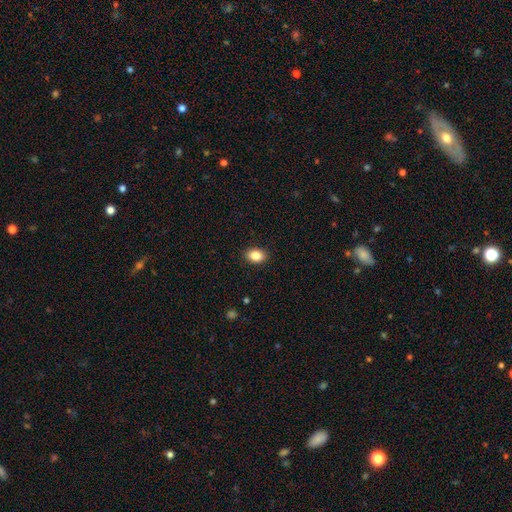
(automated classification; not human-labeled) Smooth or featured?
  - smooth: 86% *
  - star or artifact: 9%
  - featured or disk: 5%
How rounded?
  - in between: 75% *
  - round: 24%
  - cigar-shaped: 1%
Merging?
  - none: 90% *
  - minor disturbance: 7%
  - major disturbance: 2%
  - merger: 1%